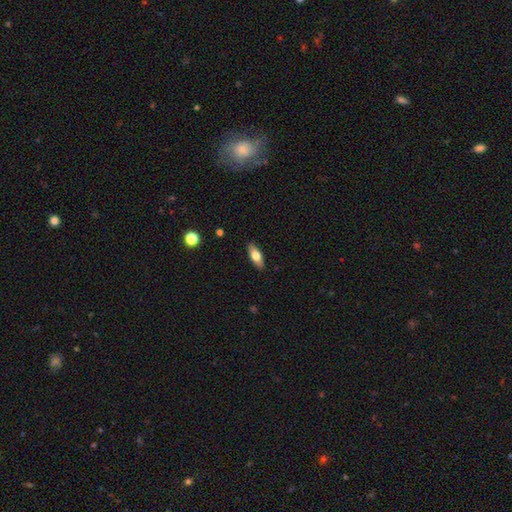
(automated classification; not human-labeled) smooth 69%, featured or disk 25%, star or artifact 7%. Down the decision tree: how rounded — in between (72%); merging — none (88%).